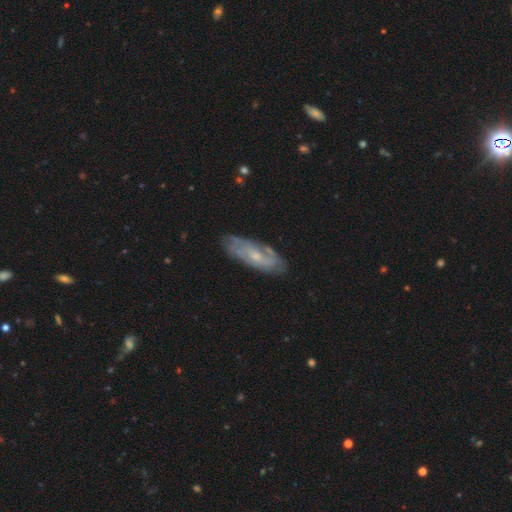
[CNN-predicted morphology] Overall: featured or disk (68%). Edge-on disk: no (81%). Bar: no (65%; weak 30%). Spiral arms: yes (78%). Bulge size: small (62%; moderate 32%). Merging: none (76%).